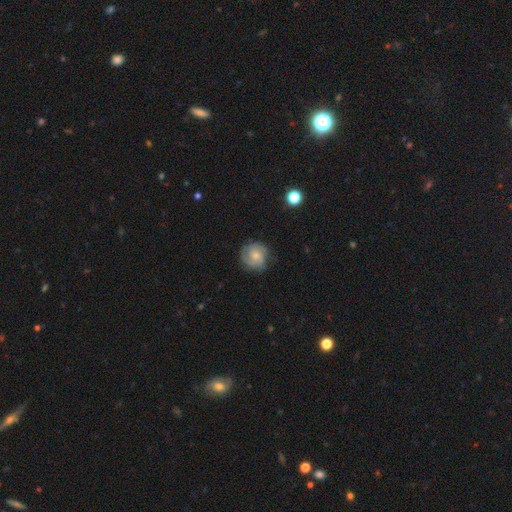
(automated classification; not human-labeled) Overall: featured or disk (47%; smooth 46%). Merging: none (69%).